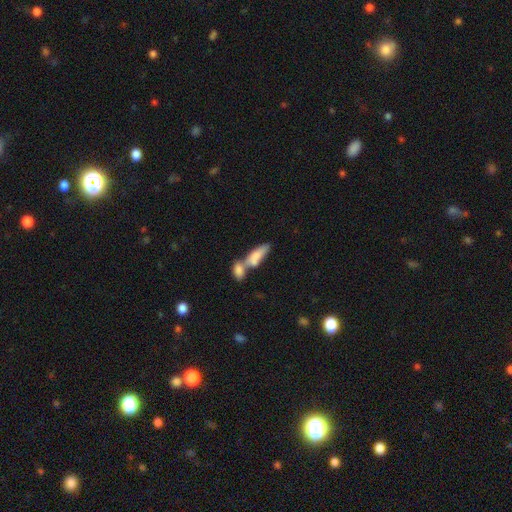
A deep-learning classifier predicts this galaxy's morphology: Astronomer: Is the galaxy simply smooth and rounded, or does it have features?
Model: smooth — 73%.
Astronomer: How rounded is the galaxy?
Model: in between — 64%.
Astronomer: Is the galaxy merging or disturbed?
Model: merger — 62%.